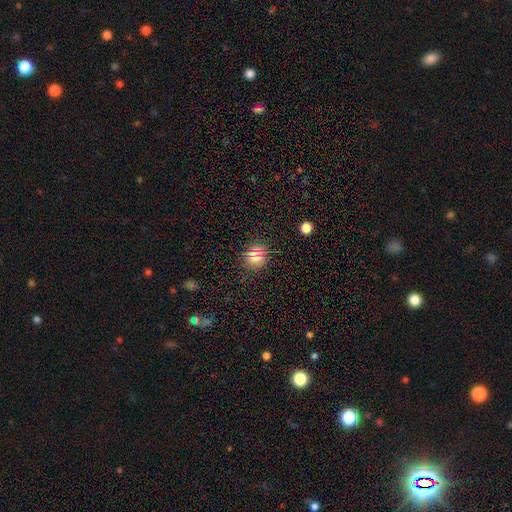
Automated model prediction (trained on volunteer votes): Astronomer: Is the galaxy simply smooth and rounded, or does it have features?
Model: smooth — 68%.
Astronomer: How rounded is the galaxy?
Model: round — 84%.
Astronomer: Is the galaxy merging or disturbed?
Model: none — 87%.